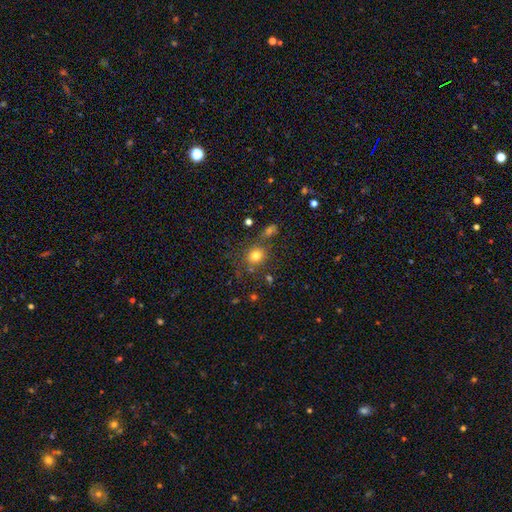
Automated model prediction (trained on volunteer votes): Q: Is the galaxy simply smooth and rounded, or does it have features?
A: smooth — 77%.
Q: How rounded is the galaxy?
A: round — 79%.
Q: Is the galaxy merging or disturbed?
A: none — 69%.